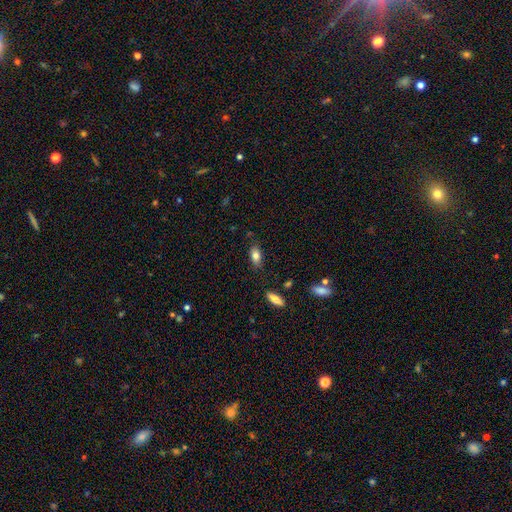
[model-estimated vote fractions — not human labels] Q: Smooth or featured?
A: smooth (79%); runner-up: featured or disk (12%)
Q: How rounded?
A: in between (85%); runner-up: cigar-shaped (10%)
Q: Merging?
A: none (81%); runner-up: minor disturbance (14%)